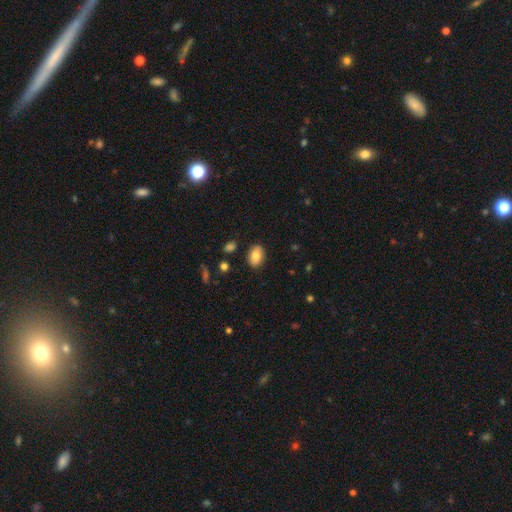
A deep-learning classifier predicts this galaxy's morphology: A smooth galaxy with no disk features (82%) that is in between round and cigar-shaped (86%).

Vote fractions:
- Smooth or featured? smooth: 82% / featured or disk: 10% / star or artifact: 8%
- How rounded? in between: 86% / round: 12% / cigar-shaped: 2%
- Merging? none: 87% / minor disturbance: 9% / major disturbance: 2% / merger: 2%